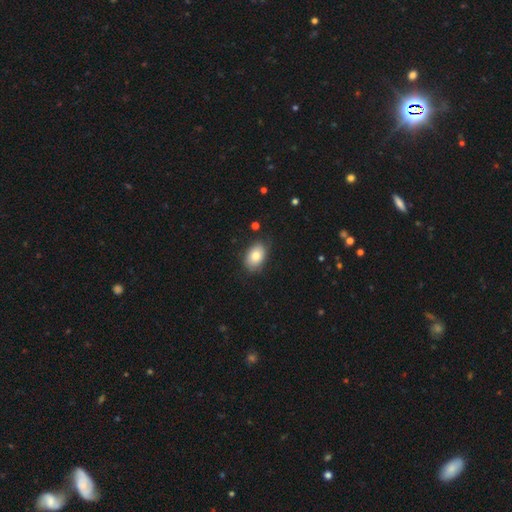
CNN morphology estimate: smooth-or-featured: smooth: 80% | featured or disk: 12% | star or artifact: 7%
  how-rounded: in between: 85% | round: 14% | cigar-shaped: 1%
  merging: none: 79% | minor disturbance: 16% | major disturbance: 3% | merger: 1%